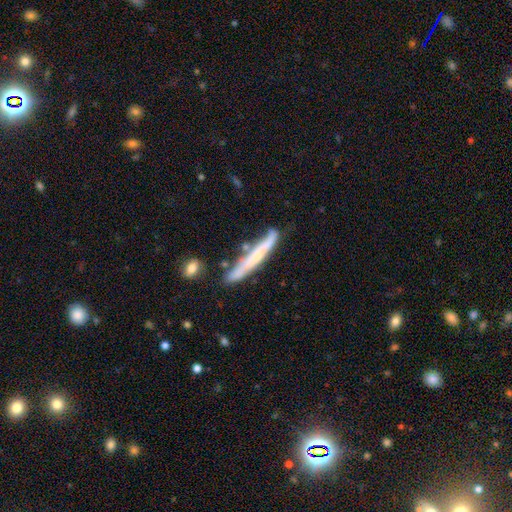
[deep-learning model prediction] Smooth or featured?
  - featured or disk: 47% * (tied)
  - smooth: 47% * (tied)
  - star or artifact: 6%
Merging?
  - none: 59% *
  - minor disturbance: 23%
  - merger: 11%
  - major disturbance: 7%